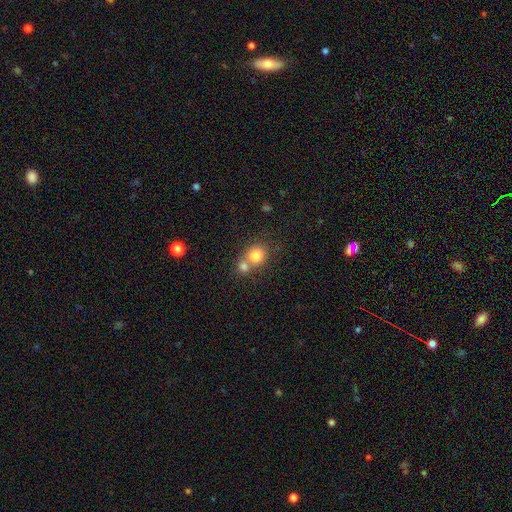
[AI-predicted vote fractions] smooth 80%, star or artifact 10%, featured or disk 9%. Down the decision tree: how rounded — round (82%); merging — merger (51%).